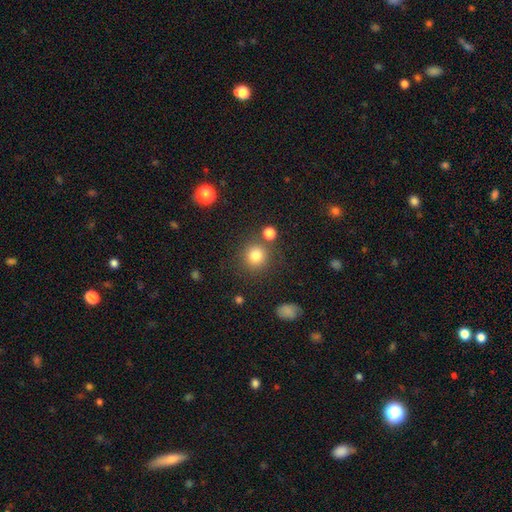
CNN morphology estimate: A smooth galaxy with no disk features (81%) that is round (91%).

Vote fractions:
- Smooth or featured? smooth: 81% / star or artifact: 12% / featured or disk: 7%
- How rounded? round: 91% / in between: 8% / cigar-shaped: 1%
- Merging? none: 79% / minor disturbance: 9% / merger: 8% / major disturbance: 4%